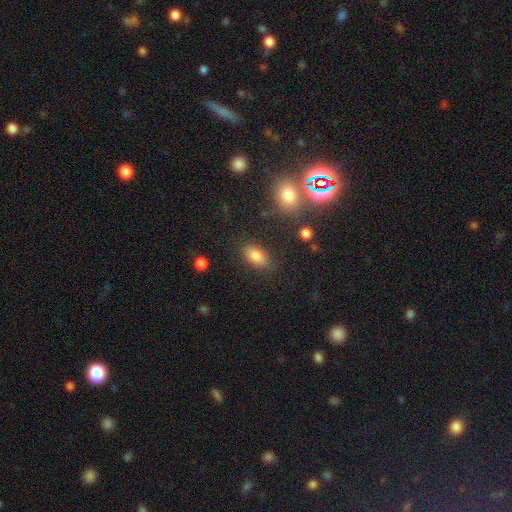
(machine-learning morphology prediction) Overall: smooth (82%). How rounded: in between (89%). Merging: none (80%).